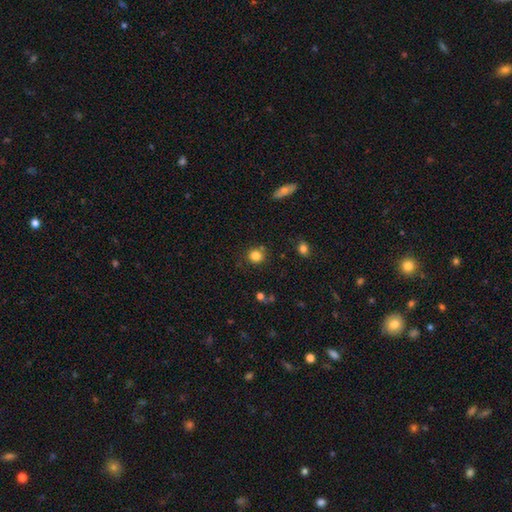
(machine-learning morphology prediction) A smooth galaxy with no disk features (82%) that is round (89%).

Vote fractions:
- Smooth or featured? smooth: 82% / star or artifact: 12% / featured or disk: 5%
- How rounded? round: 89% / in between: 10% / cigar-shaped: 1%
- Merging? none: 81% / minor disturbance: 10% / merger: 6% / major disturbance: 3%